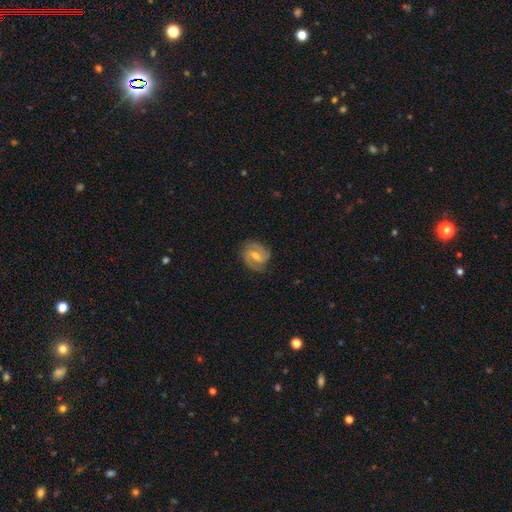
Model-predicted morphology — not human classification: Smooth or featured: featured or disk — 81% (smooth — 13%)
Edge-on disk: no — 97% (yes — 3%)
Bar: weak — 53% (no — 24%)
Spiral arms: yes — 96% (no — 4%)
Spiral winding: medium — 44% (tied with tight — 44%)
Spiral arm count: 2 — 71% (3 — 13%)
Bulge size: moderate — 53% (small — 42%)
Merging: none — 79% (minor disturbance — 15%)